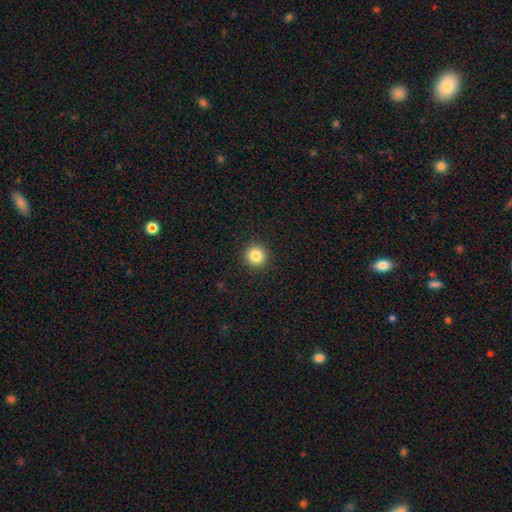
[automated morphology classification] Smooth or featured?
  - smooth: 84% *
  - star or artifact: 11%
  - featured or disk: 5%
How rounded?
  - round: 95% *
  - in between: 5%
  - cigar-shaped: 1%
Merging?
  - none: 93% *
  - minor disturbance: 5%
  - major disturbance: 2%
  - merger: 1%